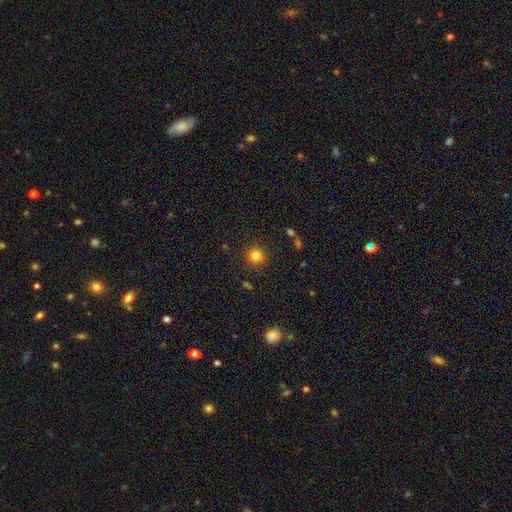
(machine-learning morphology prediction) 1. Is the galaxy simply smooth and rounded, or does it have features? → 82% smooth, 13% star or artifact, 5% featured or disk.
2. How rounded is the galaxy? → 92% round, 7% in between, 1% cigar-shaped.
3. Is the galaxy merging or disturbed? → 88% none, 7% minor disturbance, 3% major disturbance, 2% merger.